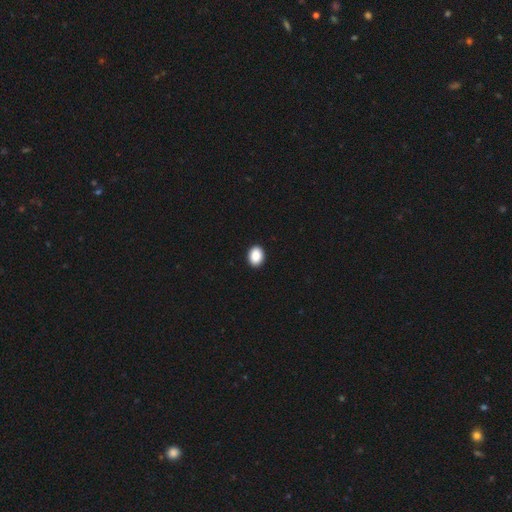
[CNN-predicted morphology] smooth-or-featured: smooth: 90% | star or artifact: 7% | featured or disk: 3%
  how-rounded: in between: 71% | round: 28% | cigar-shaped: 1%
  merging: none: 92% | minor disturbance: 5% | major disturbance: 1% | merger: 1%